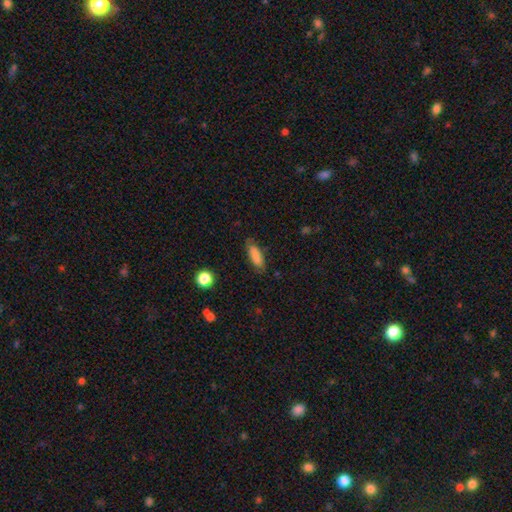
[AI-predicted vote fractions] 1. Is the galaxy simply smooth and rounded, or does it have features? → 83% smooth, 9% featured or disk, 7% star or artifact.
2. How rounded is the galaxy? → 60% in between, 38% cigar-shaped, 2% round.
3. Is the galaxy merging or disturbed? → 79% none, 16% minor disturbance, 4% major disturbance, 1% merger.